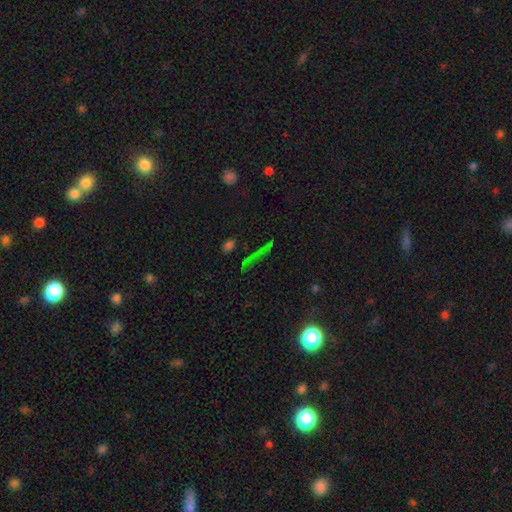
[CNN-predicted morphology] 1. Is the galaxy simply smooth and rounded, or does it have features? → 53% star or artifact, 29% smooth, 18% featured or disk.